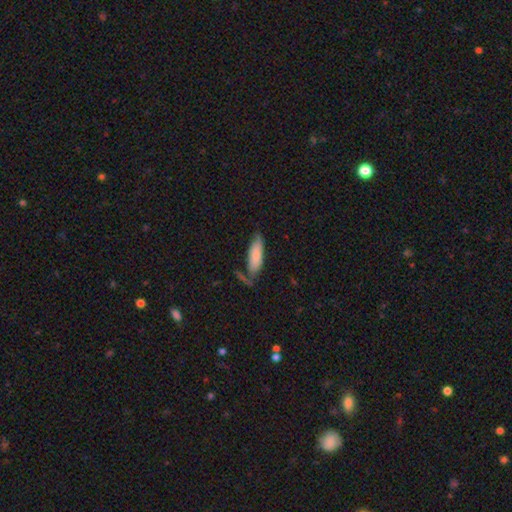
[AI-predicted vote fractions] smooth-or-featured: smooth: 76% | featured or disk: 18% | star or artifact: 6%
  how-rounded: in between: 61% | cigar-shaped: 38% | round: 2%
  merging: none: 57% | minor disturbance: 26% | merger: 9% | major disturbance: 8%